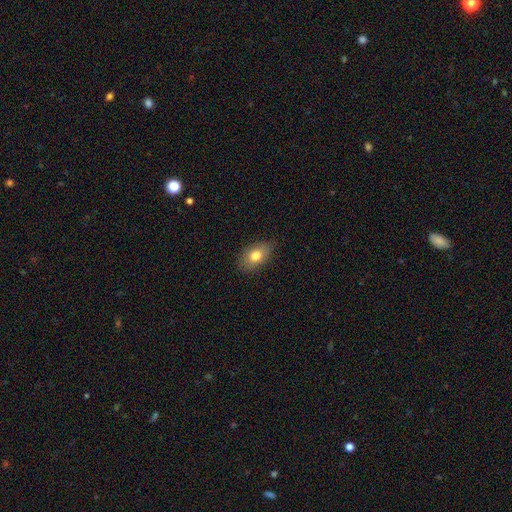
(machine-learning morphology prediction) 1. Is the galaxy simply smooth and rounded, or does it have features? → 78% smooth, 14% featured or disk, 9% star or artifact.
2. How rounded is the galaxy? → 85% in between, 13% round, 2% cigar-shaped.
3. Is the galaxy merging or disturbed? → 80% none, 16% minor disturbance, 3% major disturbance, 1% merger.